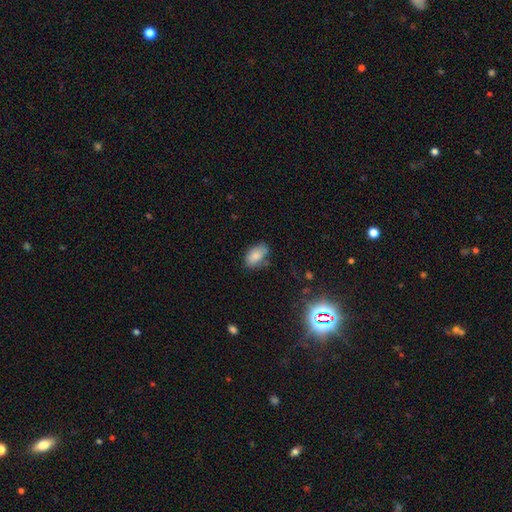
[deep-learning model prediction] Smooth or featured? Predicted: smooth (p=0.83). How rounded? Predicted: in between (p=0.92). Merging? Predicted: none (p=0.65).